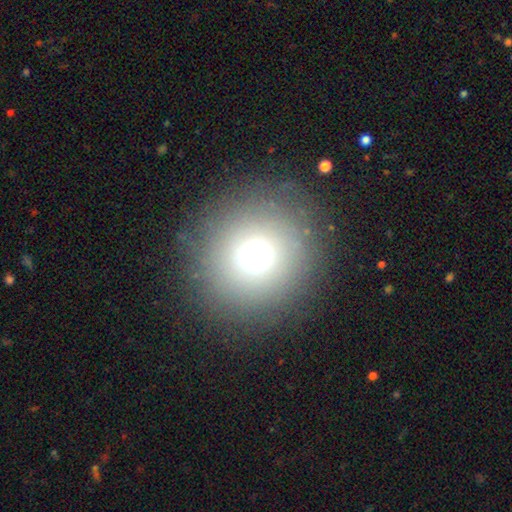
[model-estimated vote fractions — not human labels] Overall: smooth (67%). How rounded: round (93%). Merging: none (86%).